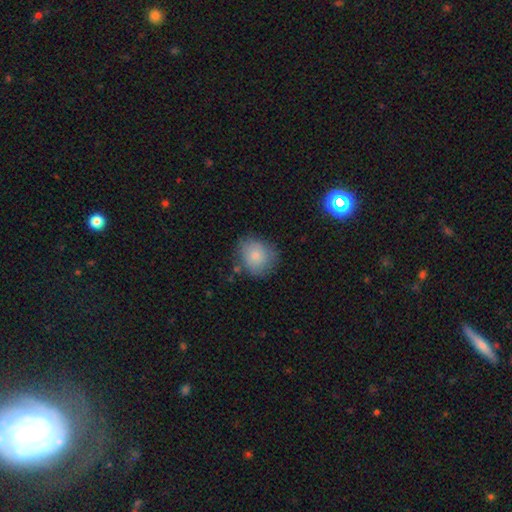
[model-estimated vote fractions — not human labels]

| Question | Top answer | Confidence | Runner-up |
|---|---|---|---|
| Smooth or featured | smooth | 81% | featured or disk (12%) |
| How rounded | round | 72% | in between (27%) |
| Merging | none | 73% | minor disturbance (19%) |